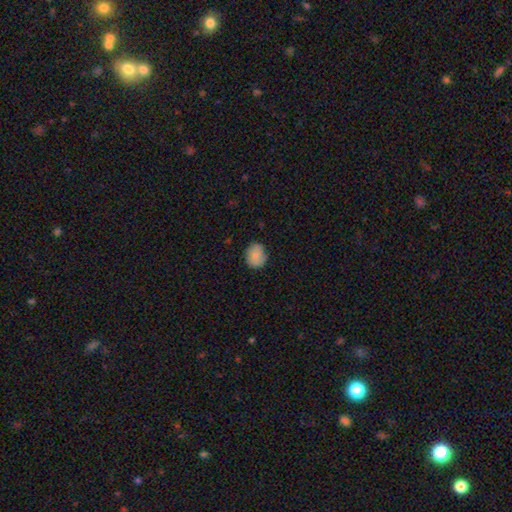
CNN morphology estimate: Smooth or featured? Predicted: smooth (p=0.82). How rounded? Predicted: round (p=0.67). Merging? Predicted: none (p=0.77).